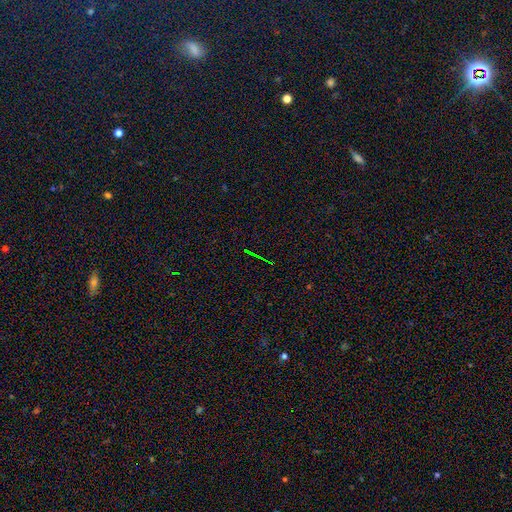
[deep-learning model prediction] A star or artifact, not a galaxy (75%).